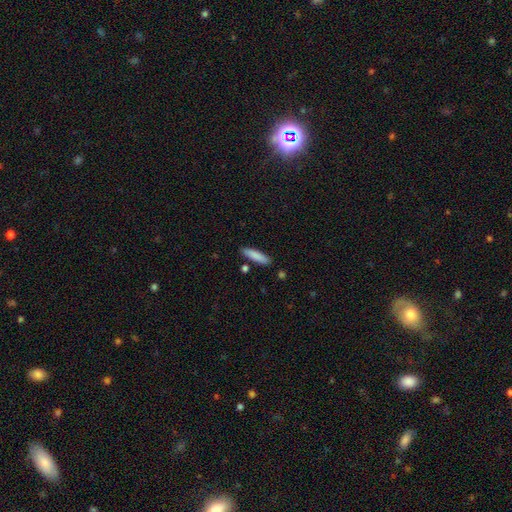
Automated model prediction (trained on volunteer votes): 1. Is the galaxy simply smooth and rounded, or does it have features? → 85% smooth, 8% featured or disk, 6% star or artifact.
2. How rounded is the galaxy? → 77% cigar-shaped, 21% in between, 1% round.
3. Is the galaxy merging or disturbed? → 86% none, 9% minor disturbance, 3% merger, 2% major disturbance.